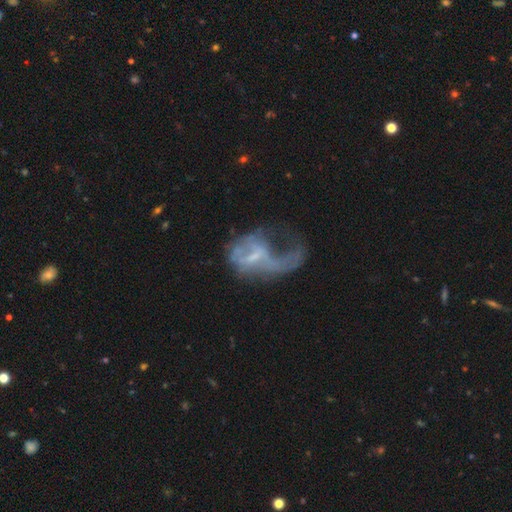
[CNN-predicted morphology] Smooth or featured?
  - featured or disk: 63% *
  - smooth: 24%
  - star or artifact: 13%
Edge-on disk?
  - no: 96% *
  - yes: 4%
Bar?
  - no: 58% *
  - weak: 32%
  - strong: 10%
Spiral arms?
  - no: 63% *
  - yes: 37%
Bulge size?
  - small: 45% *
  - none: 34%
  - moderate: 17%
  - large: 2%
  - dominant: 1%
Merging?
  - major disturbance: 64% *
  - none: 16%
  - minor disturbance: 12%
  - merger: 8%